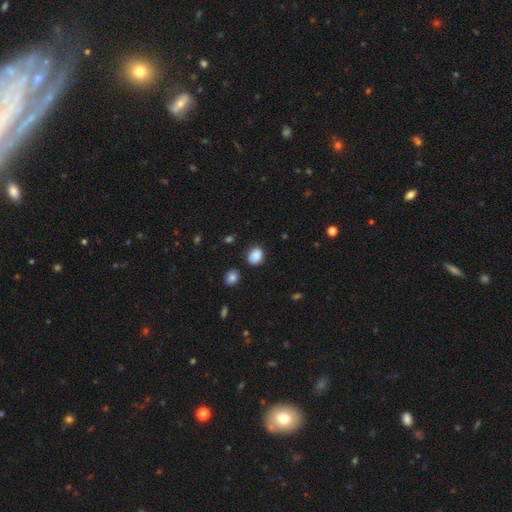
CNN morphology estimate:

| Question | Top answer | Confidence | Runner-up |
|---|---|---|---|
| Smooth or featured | smooth | 87% | star or artifact (9%) |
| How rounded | in between | 51% | round (48%) |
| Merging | none | 75% | minor disturbance (18%) |